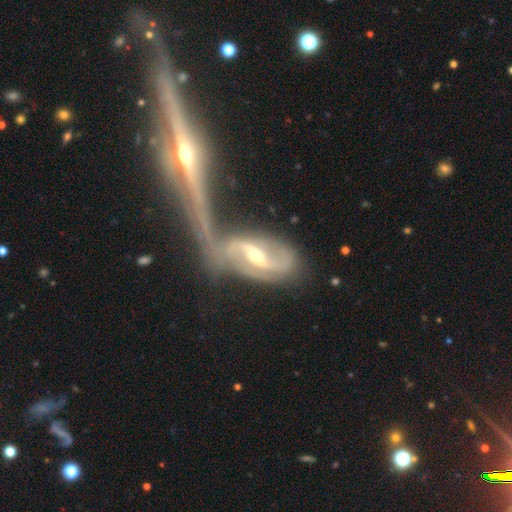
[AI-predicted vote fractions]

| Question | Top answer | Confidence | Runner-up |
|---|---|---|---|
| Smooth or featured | featured or disk | 85% | smooth (9%) |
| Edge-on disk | no | 84% | yes (16%) |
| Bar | weak | 40% | tied: strong (40%) |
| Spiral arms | yes | 89% | no (11%) |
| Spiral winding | medium | 40% | loose (33%) |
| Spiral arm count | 2 | 81% | can't tell (11%) |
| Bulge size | moderate | 59% | small (36%) |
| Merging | merger | 41% | none (34%) |